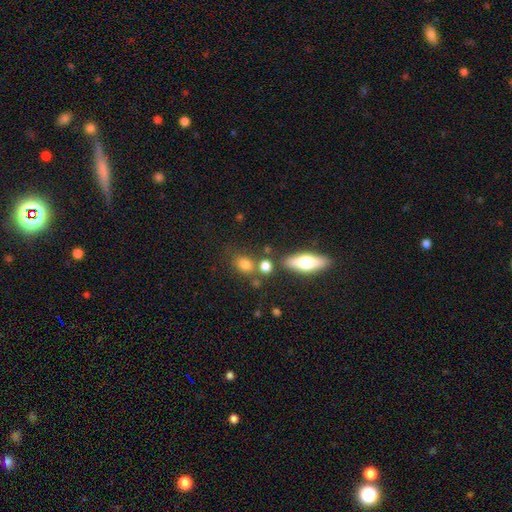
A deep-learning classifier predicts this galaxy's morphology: The model was most divided on "smooth or featured": smooth: 44%, featured or disk: 40%, star or artifact: 16%. More confident: merging — none (63%).